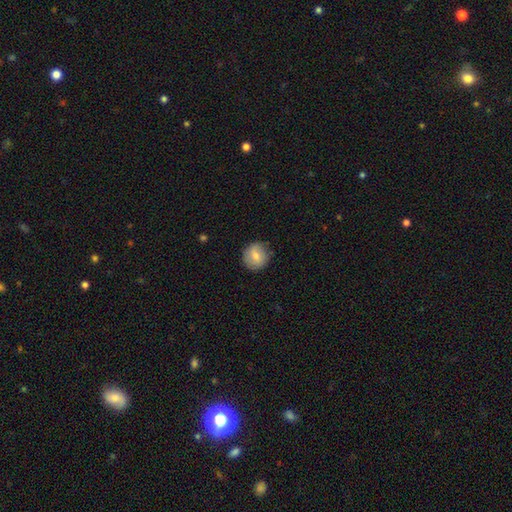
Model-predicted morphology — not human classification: smooth-or-featured: smooth: 70% | featured or disk: 22% | star or artifact: 8%
  how-rounded: round: 89% | in between: 10% | cigar-shaped: 1%
  merging: none: 82% | minor disturbance: 14% | major disturbance: 3% | merger: 1%